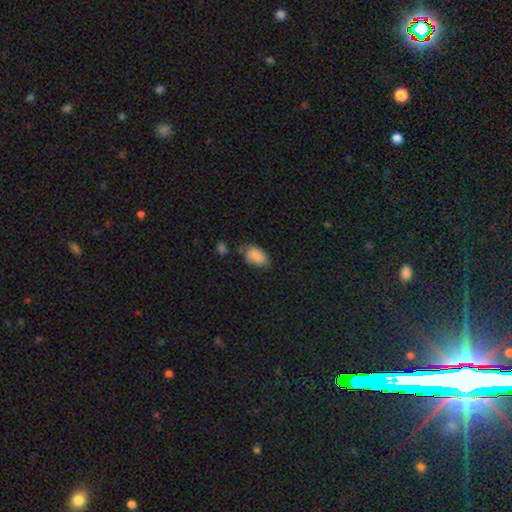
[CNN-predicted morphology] The model was most divided on "merging": none: 55%, minor disturbance: 30%, major disturbance: 9%, merger: 6%. More confident: how rounded — in between (90%); smooth or featured — smooth (82%).